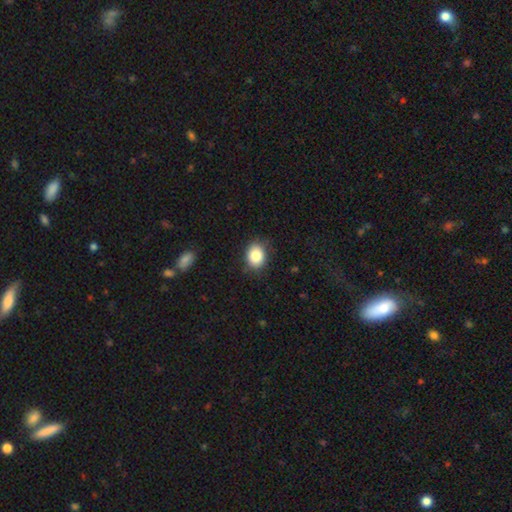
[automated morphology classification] A smooth galaxy with no disk features (86%) that is in between round and cigar-shaped (53%).

Vote fractions:
- Smooth or featured? smooth: 86% / star or artifact: 9% / featured or disk: 6%
- How rounded? in between: 53% / round: 46% / cigar-shaped: 1%
- Merging? none: 83% / minor disturbance: 13% / major disturbance: 3% / merger: 1%